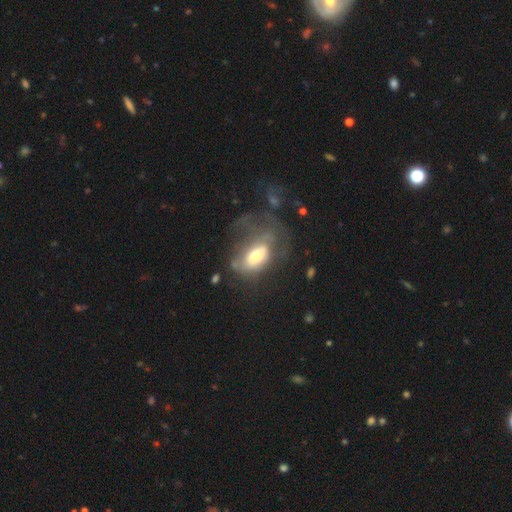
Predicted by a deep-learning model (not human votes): smooth-or-featured: smooth: 50% | featured or disk: 40% | star or artifact: 10%
  how-rounded: in between: 83% | round: 13% | cigar-shaped: 4%
  merging: major disturbance: 51% | none: 22% | minor disturbance: 19% | merger: 8%